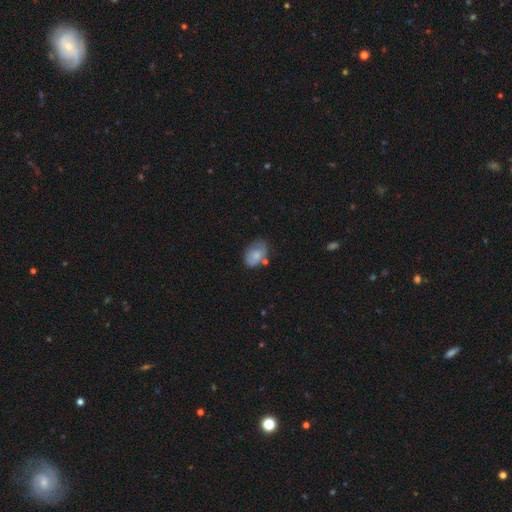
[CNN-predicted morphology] A smooth galaxy with no disk features (69%) that is in between round and cigar-shaped (81%).

Vote fractions:
- Smooth or featured? smooth: 69% / featured or disk: 23% / star or artifact: 8%
- How rounded? in between: 81% / round: 18% / cigar-shaped: 1%
- Merging? none: 51% / minor disturbance: 31% / major disturbance: 10% / merger: 8%